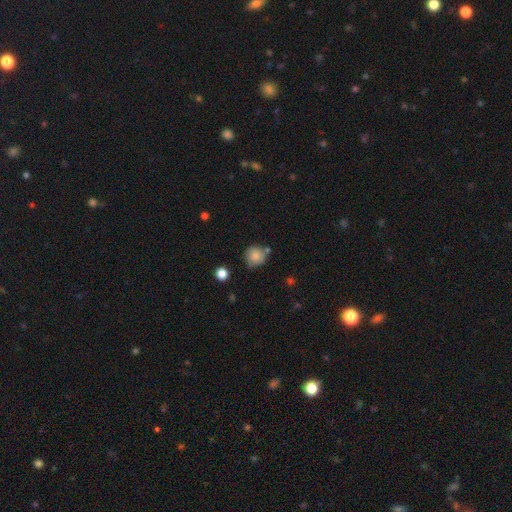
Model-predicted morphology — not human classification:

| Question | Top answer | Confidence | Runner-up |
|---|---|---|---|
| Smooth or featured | smooth | 81% | featured or disk (10%) |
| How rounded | round | 88% | in between (11%) |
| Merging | none | 68% | minor disturbance (19%) |